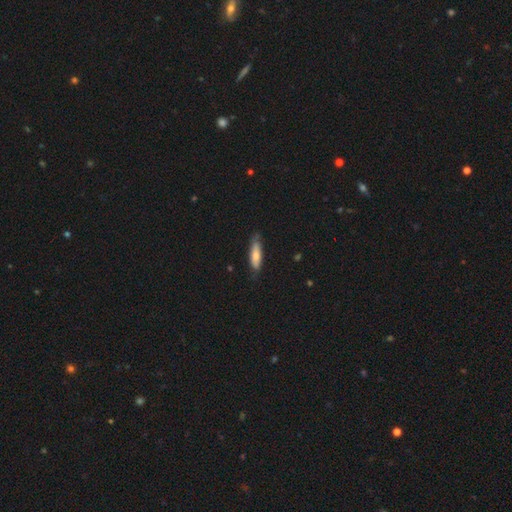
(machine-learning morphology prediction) smooth-or-featured: smooth: 72% | featured or disk: 22% | star or artifact: 6%
  how-rounded: cigar-shaped: 61% | in between: 38% | round: 2%
  merging: none: 72% | minor disturbance: 23% | major disturbance: 4% | merger: 1%